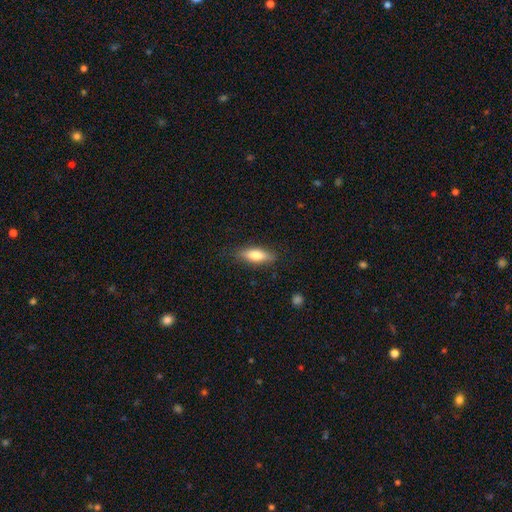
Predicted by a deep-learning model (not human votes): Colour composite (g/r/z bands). It shows a smooth galaxy with no disk features (69%) that is in between round and cigar-shaped (53%). Merging: none (84%).